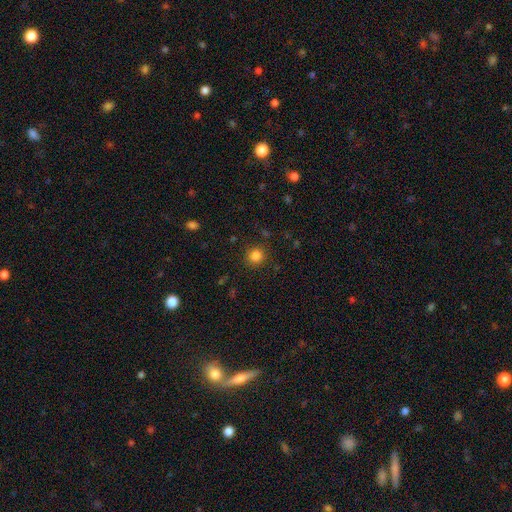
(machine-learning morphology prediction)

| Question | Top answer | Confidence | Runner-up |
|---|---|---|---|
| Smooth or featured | smooth | 84% | star or artifact (12%) |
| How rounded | round | 91% | in between (8%) |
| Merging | none | 88% | minor disturbance (7%) |